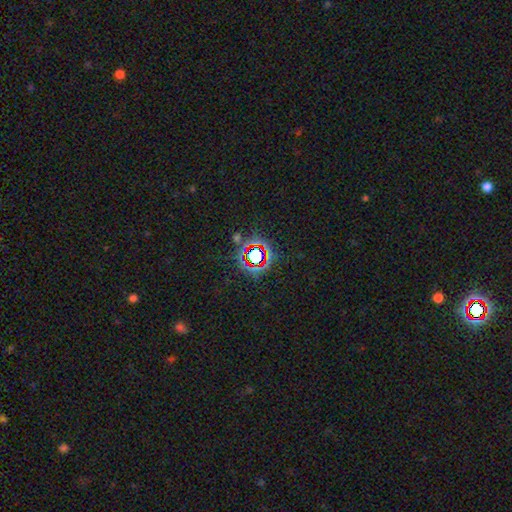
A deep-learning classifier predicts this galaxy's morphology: type=star or artifact (71%).